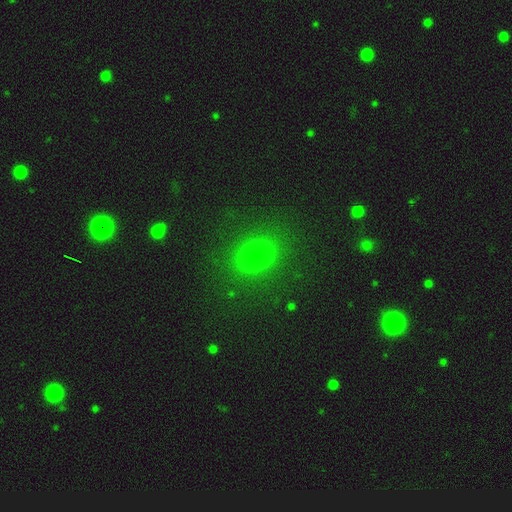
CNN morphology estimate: A smooth galaxy with no disk features (73%) that is round (51%).

Vote fractions:
- Smooth or featured? smooth: 73% / star or artifact: 18% / featured or disk: 8%
- How rounded? round: 51% / in between: 47% / cigar-shaped: 2%
- Merging? none: 86% / minor disturbance: 9% / major disturbance: 3% / merger: 2%